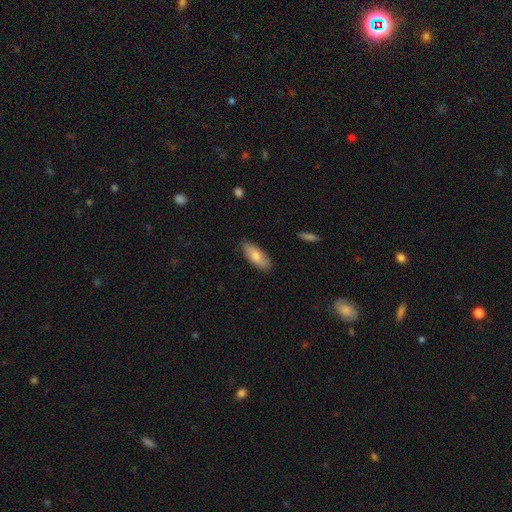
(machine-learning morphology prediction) smooth 75%, featured or disk 19%, star or artifact 6%. Down the decision tree: how rounded — in between (81%); merging — none (85%).